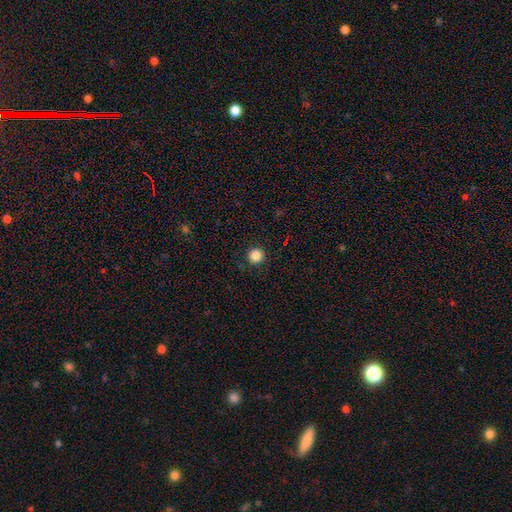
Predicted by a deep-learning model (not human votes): Smooth or featured: smooth — 86% (star or artifact — 11%)
How rounded: round — 95% (in between — 4%)
Merging: none — 93% (minor disturbance — 5%)